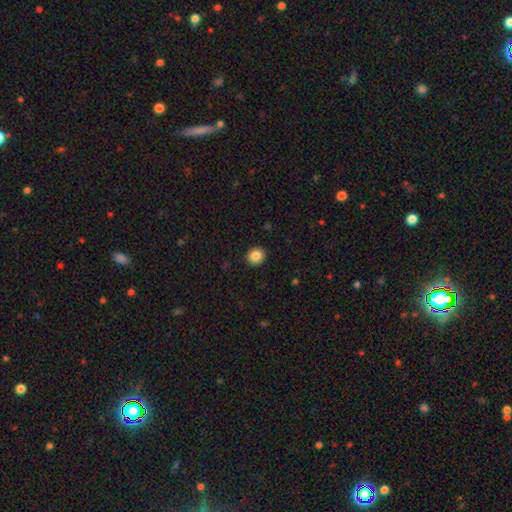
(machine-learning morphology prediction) A smooth galaxy with no disk features (86%) that is round (83%). Merging: none (92%).